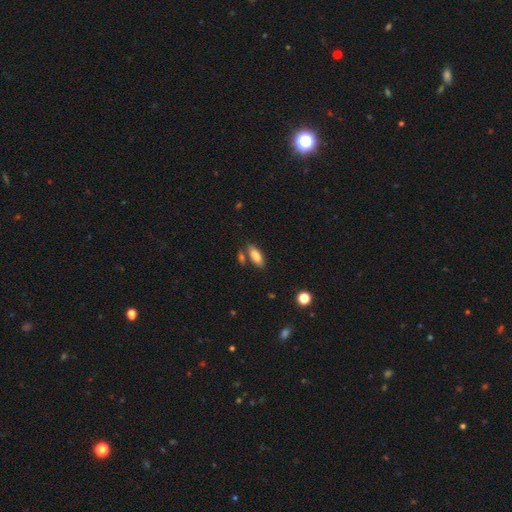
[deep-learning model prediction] Overall: smooth (83%). How rounded: in between (78%). Merging: none (73%).